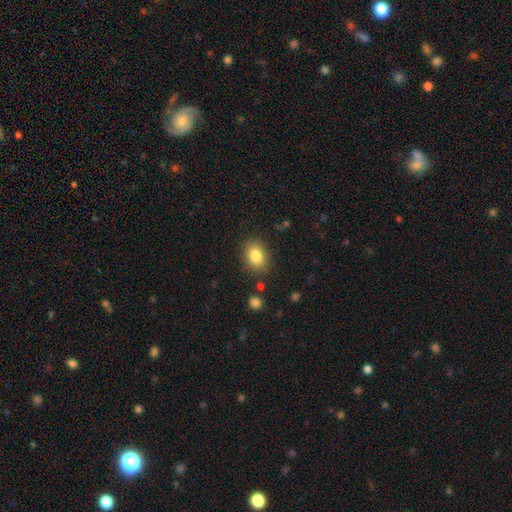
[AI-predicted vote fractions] This appears to be a smooth galaxy with no disk features (84%) that is in between round and cigar-shaped (66%). Merging: none (85%).